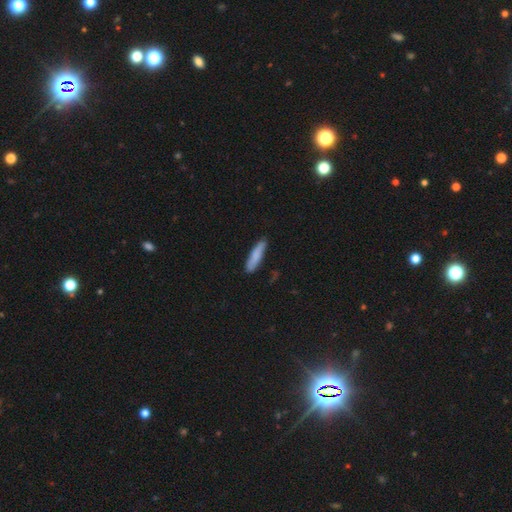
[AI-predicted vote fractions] Morphology: type=smooth (81%); roundness=cigar-shaped (82%); merging=none (82%).